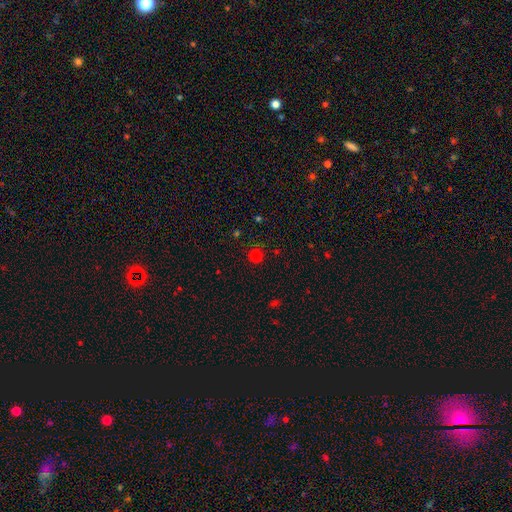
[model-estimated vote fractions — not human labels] Smooth or featured: smooth — 76% (star or artifact — 20%)
How rounded: round — 94% (in between — 5%)
Merging: none — 85% (minor disturbance — 9%)